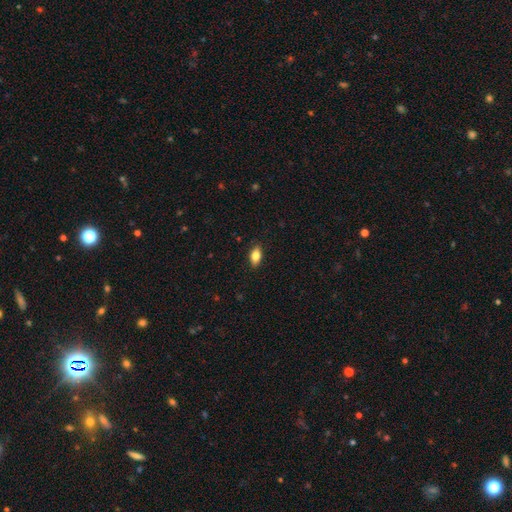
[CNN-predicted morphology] Smooth or featured?
  - smooth: 77% *
  - featured or disk: 15%
  - star or artifact: 8%
How rounded?
  - in between: 87% *
  - cigar-shaped: 6%
  - round: 6%
Merging?
  - none: 88% *
  - minor disturbance: 9%
  - major disturbance: 2%
  - merger: 1%